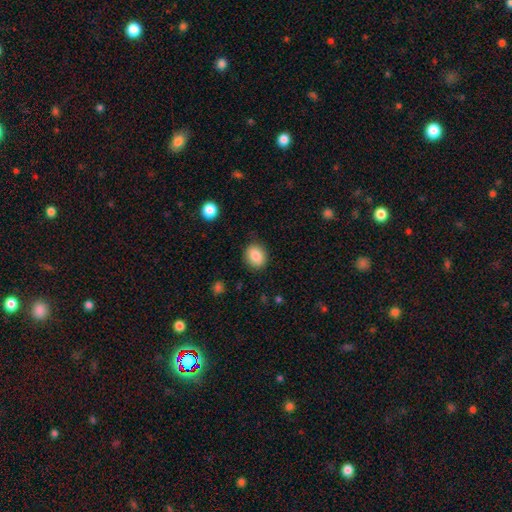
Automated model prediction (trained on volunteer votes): Smooth or featured? smooth (85%)
How rounded? round (60%)
Merging? none (85%)